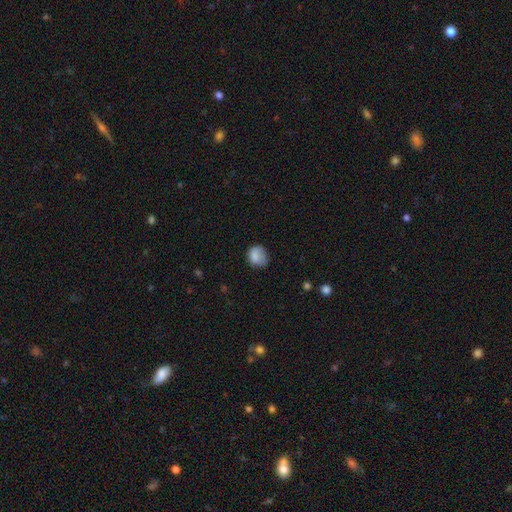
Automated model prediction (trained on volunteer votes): smooth-or-featured: smooth: 82% | featured or disk: 9% | star or artifact: 9%
  how-rounded: round: 70% | in between: 29% | cigar-shaped: 1%
  merging: none: 57% | minor disturbance: 29% | major disturbance: 11% | merger: 2%